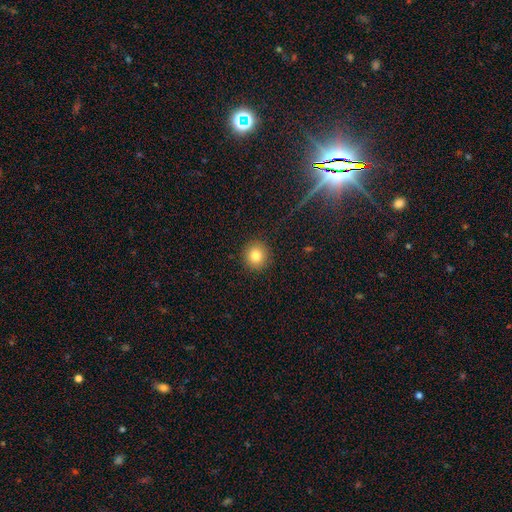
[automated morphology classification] This appears to be a smooth galaxy with no disk features (82%) that is round (93%). Merging: none (91%).